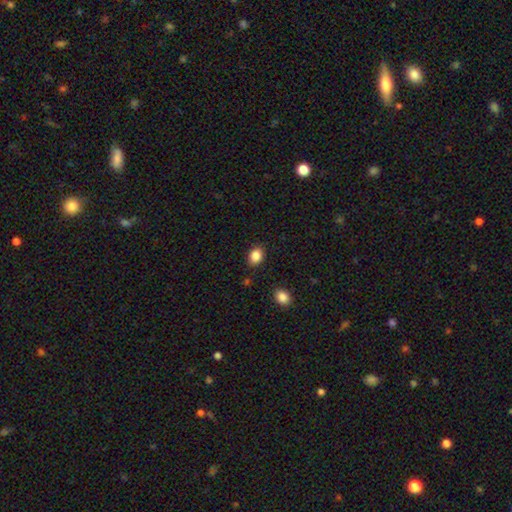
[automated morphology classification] Q: Smooth or featured?
A: smooth (86%); runner-up: star or artifact (9%)
Q: How rounded?
A: in between (63%); runner-up: round (36%)
Q: Merging?
A: none (86%); runner-up: minor disturbance (9%)